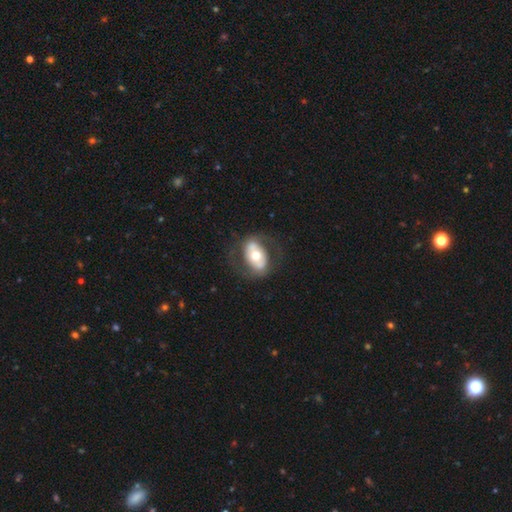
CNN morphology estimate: Overall: featured or disk (54%; smooth 40%). Edge-on disk: no (91%). Merging: none (72%).